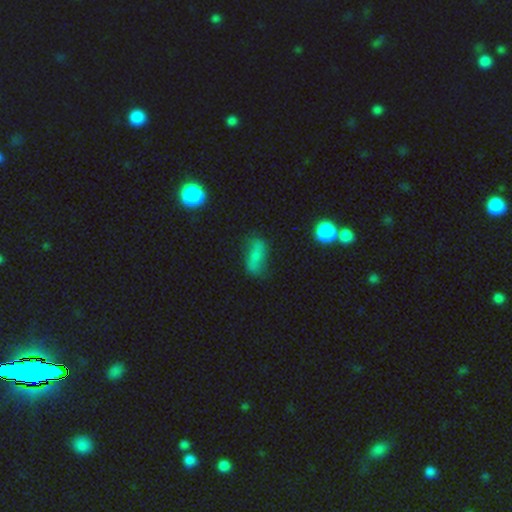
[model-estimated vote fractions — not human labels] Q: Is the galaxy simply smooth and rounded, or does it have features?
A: smooth — 61%.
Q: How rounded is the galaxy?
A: in between — 71%.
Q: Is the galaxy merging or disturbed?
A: none — 59%.